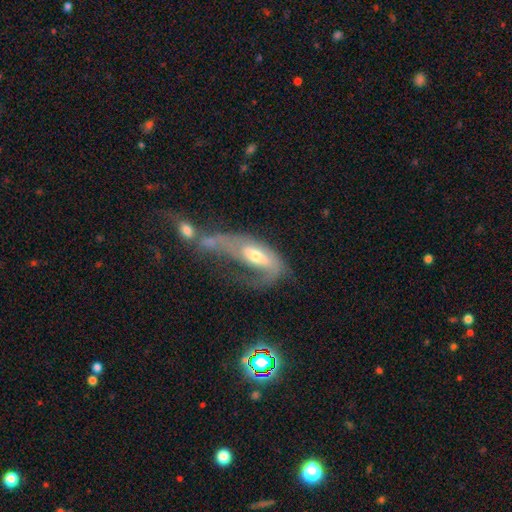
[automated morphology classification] This appears to be a featured or disk galaxy (58%). Merging: major disturbance (42%).